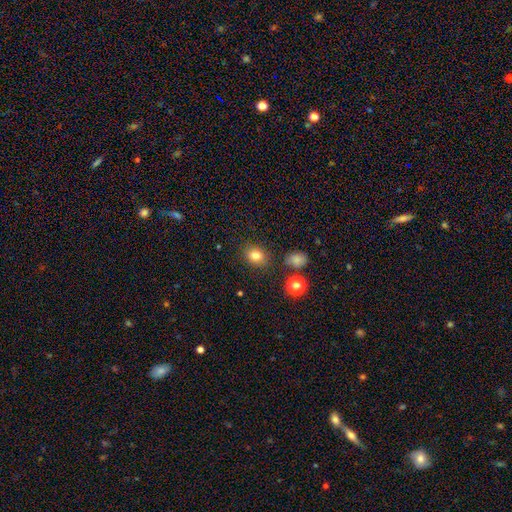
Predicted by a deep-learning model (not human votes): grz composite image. It shows a smooth galaxy with no disk features (80%) that is in between round and cigar-shaped (51%). Merging: none (83%).